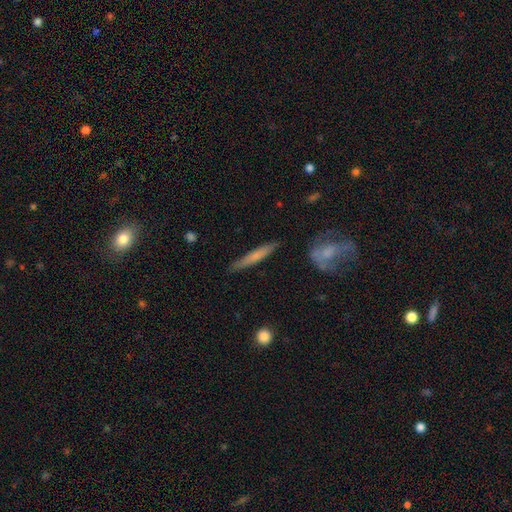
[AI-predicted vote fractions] This is likely a smooth galaxy (60%). How rounded: clearly cigar-shaped (93%). Merging: clearly none (85%).